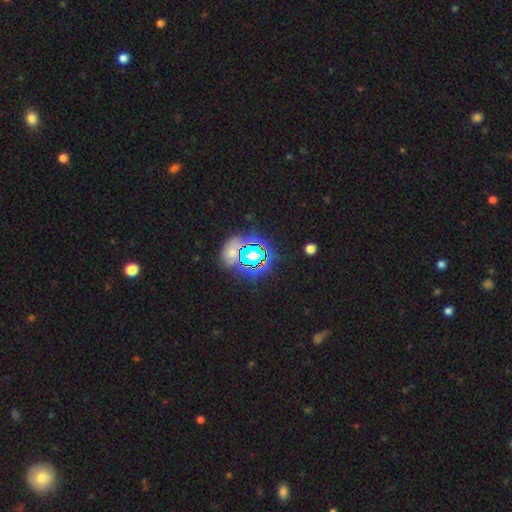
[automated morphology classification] Smooth or featured? Predicted: star or artifact (p=0.67).